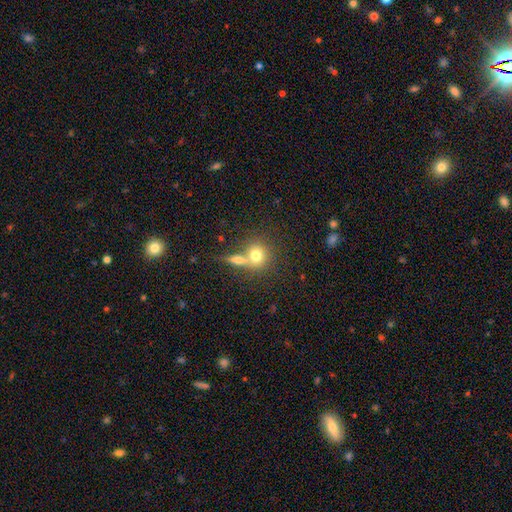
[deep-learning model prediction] A smooth galaxy with no disk features (74%) that is round (82%).

Vote fractions:
- Smooth or featured? smooth: 74% / featured or disk: 16% / star or artifact: 10%
- How rounded? round: 82% / in between: 16% / cigar-shaped: 2%
- Merging? none: 47% / merger: 41% / minor disturbance: 8% / major disturbance: 4%